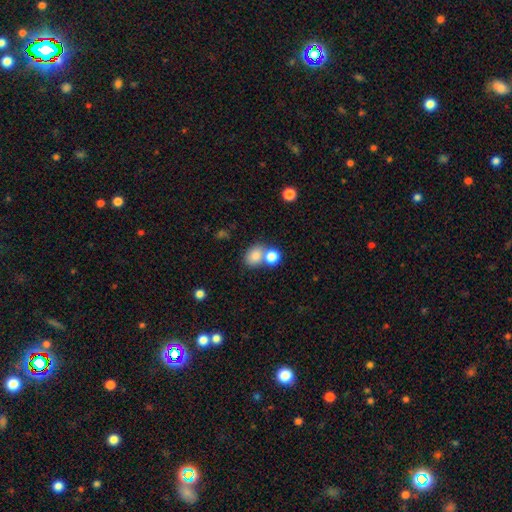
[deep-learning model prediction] Q: Smooth or featured?
A: smooth (81%); runner-up: star or artifact (12%)
Q: How rounded?
A: round (53%); runner-up: in between (46%)
Q: Merging?
A: none (49%); runner-up: merger (37%)